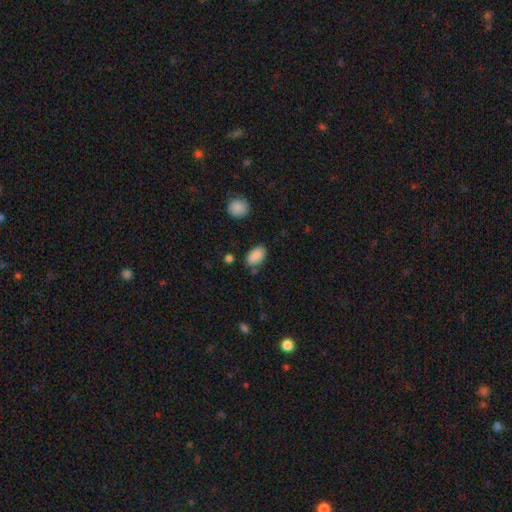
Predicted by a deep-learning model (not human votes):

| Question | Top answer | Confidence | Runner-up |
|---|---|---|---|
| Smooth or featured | smooth | 88% | star or artifact (8%) |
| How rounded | in between | 92% | round (6%) |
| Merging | none | 76% | minor disturbance (16%) |